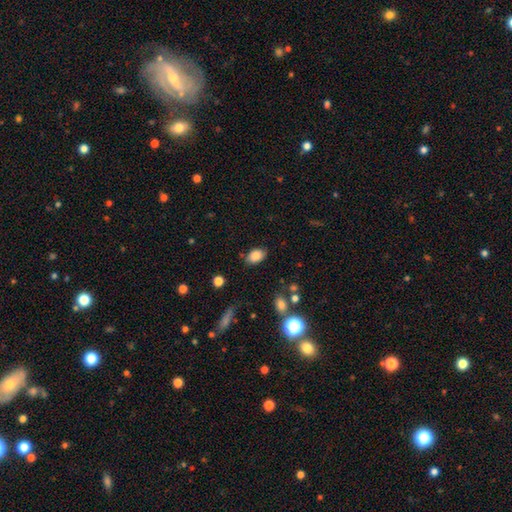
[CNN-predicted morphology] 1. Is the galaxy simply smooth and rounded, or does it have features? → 85% smooth, 9% star or artifact, 6% featured or disk.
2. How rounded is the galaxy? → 86% in between, 13% round, 1% cigar-shaped.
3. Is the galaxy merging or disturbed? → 80% none, 14% minor disturbance, 4% major disturbance, 2% merger.